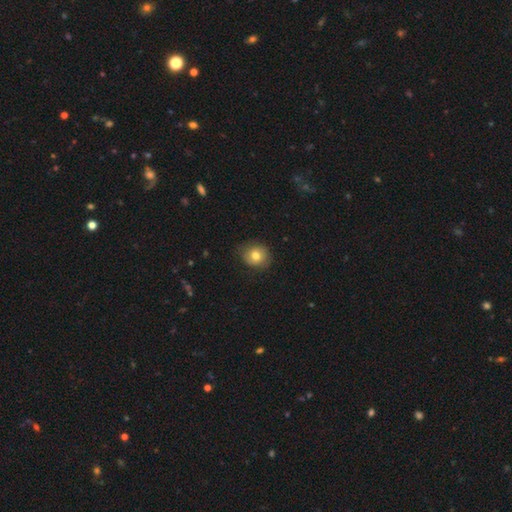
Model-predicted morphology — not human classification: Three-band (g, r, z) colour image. It shows a smooth galaxy with no disk features (76%) that is round (76%). Merging: none (76%).